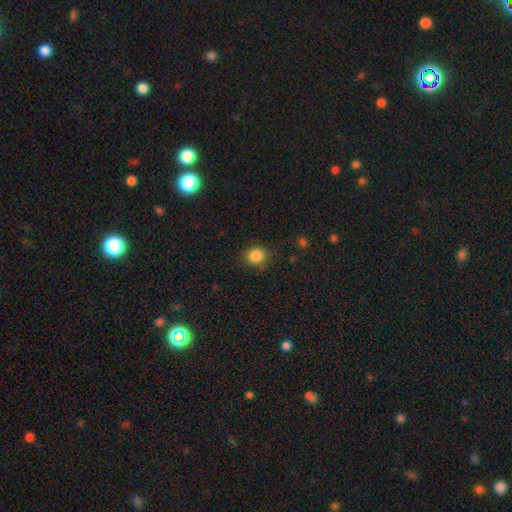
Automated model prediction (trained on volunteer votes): smooth_or_featured: smooth (p=0.85) [alt: star or artifact p=0.11]
how_rounded: round (p=0.87) [alt: in between p=0.12]
merging: none (p=0.86) [alt: minor disturbance p=0.10]